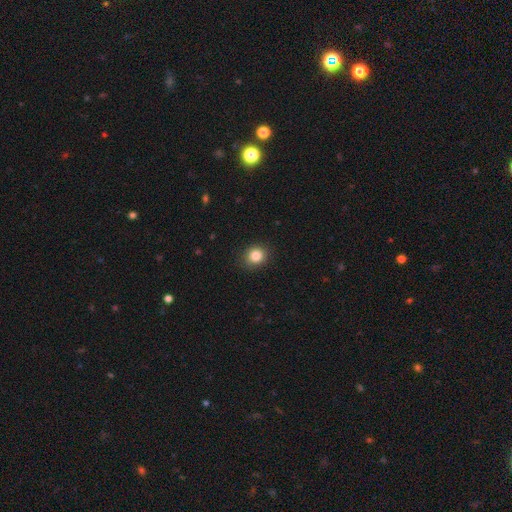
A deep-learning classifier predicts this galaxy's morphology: Smooth or featured? Predicted: smooth (p=0.84). How rounded? Predicted: round (p=0.80). Merging? Predicted: none (p=0.89).